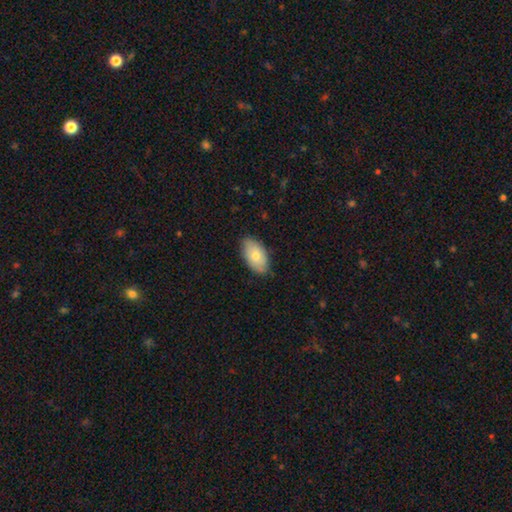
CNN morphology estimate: Smooth or featured? smooth (73%)
How rounded? in between (94%)
Merging? none (80%)